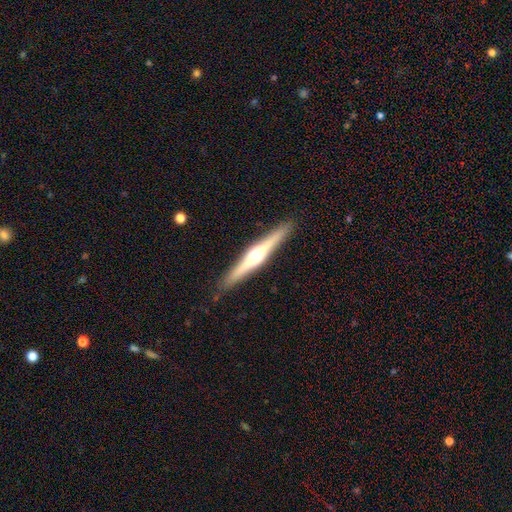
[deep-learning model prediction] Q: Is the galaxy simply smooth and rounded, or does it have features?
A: featured or disk — 73%.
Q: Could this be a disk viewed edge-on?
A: yes — 98%.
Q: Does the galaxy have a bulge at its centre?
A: rounded — 91%.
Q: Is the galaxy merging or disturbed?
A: none — 90%.